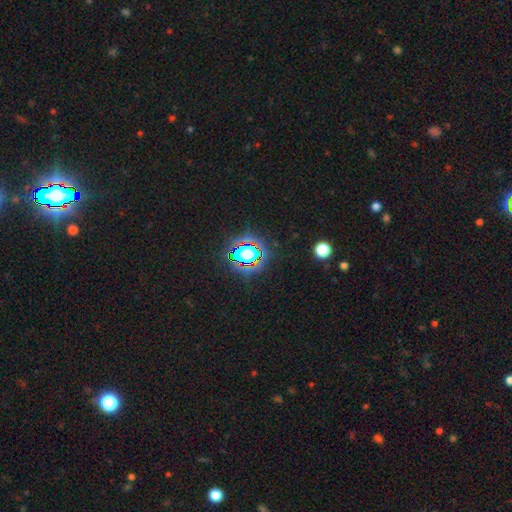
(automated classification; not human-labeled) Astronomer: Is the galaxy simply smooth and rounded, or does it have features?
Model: star or artifact — 81%.